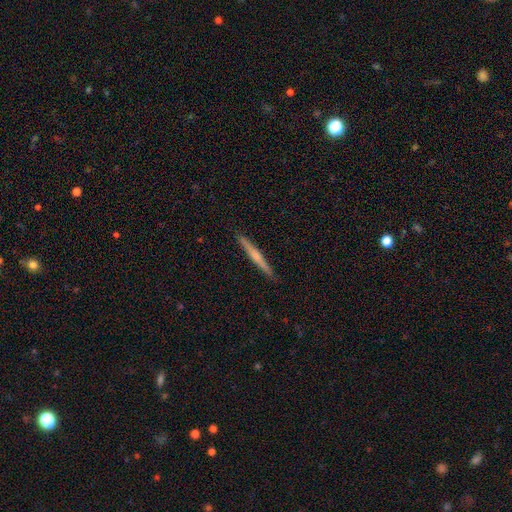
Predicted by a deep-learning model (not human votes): smooth-or-featured: featured or disk: 56% | smooth: 39% | star or artifact: 6%
  disk-edge-on: yes: 98% | no: 2%
    edge-on-bulge: rounded: 53% | none: 38% | boxy: 9%
  merging: none: 92% | minor disturbance: 6% | major disturbance: 1% | merger: 1%